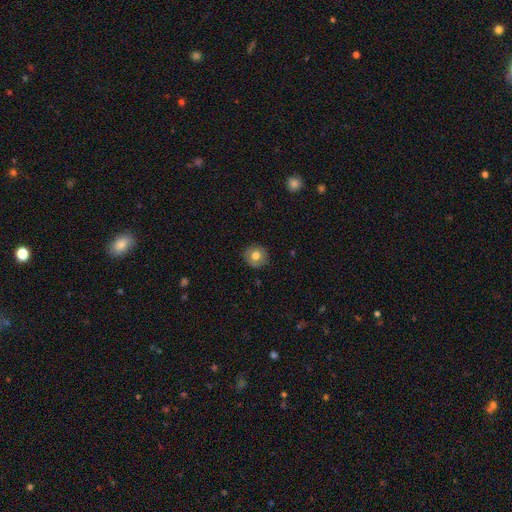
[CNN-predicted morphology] This is likely a smooth galaxy (72%). How rounded: clearly round (90%). Merging: clearly none (88%).